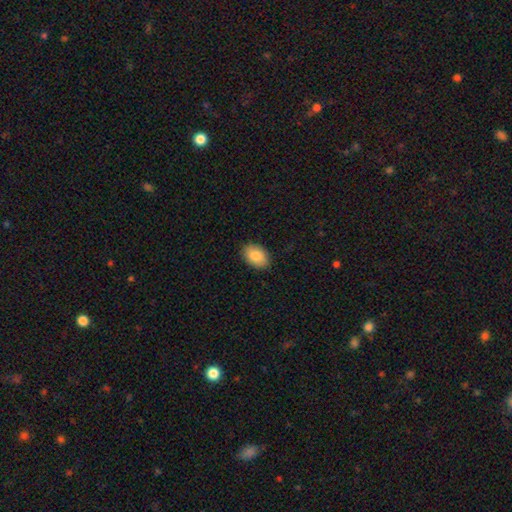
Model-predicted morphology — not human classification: Overall: smooth (86%). How rounded: in between (85%). Merging: none (88%).